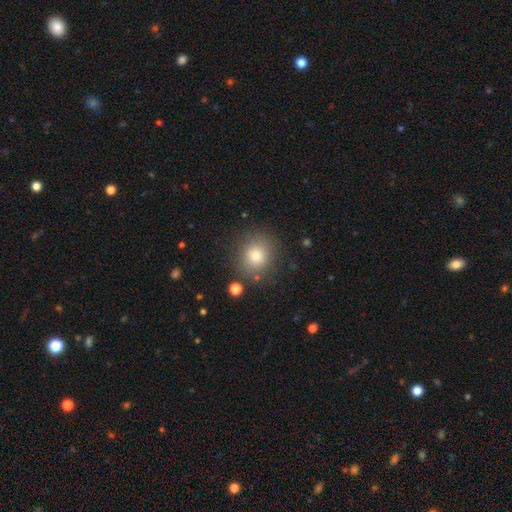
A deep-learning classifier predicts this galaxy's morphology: smooth 79%, star or artifact 12%, featured or disk 9%. Down the decision tree: how rounded — round (86%); merging — none (85%).